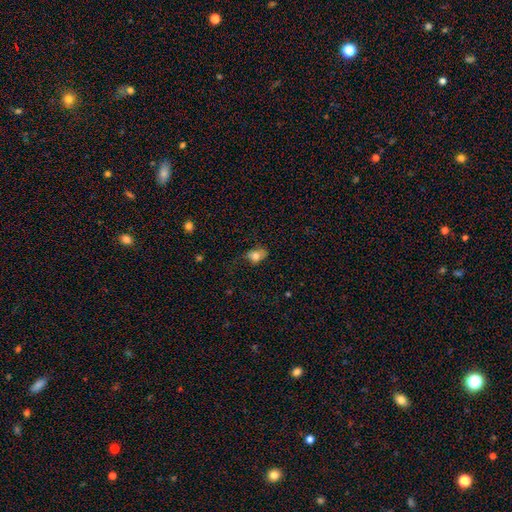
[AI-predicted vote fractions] smooth_or_featured: smooth (p=0.76) [alt: featured or disk p=0.15]
how_rounded: in between (p=0.78) [alt: round p=0.19]
merging: none (p=0.51) [alt: minor disturbance p=0.31]